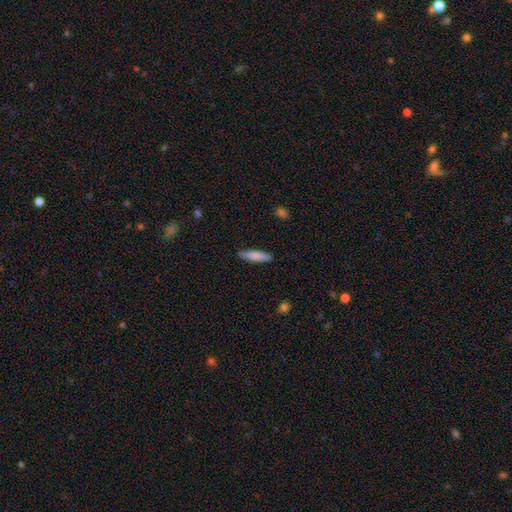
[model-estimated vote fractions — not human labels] Smooth or featured?
  - smooth: 78% *
  - featured or disk: 16%
  - star or artifact: 6%
How rounded?
  - cigar-shaped: 79% *
  - in between: 20%
  - round: 1%
Merging?
  - none: 82% *
  - minor disturbance: 14%
  - major disturbance: 2%
  - merger: 1%